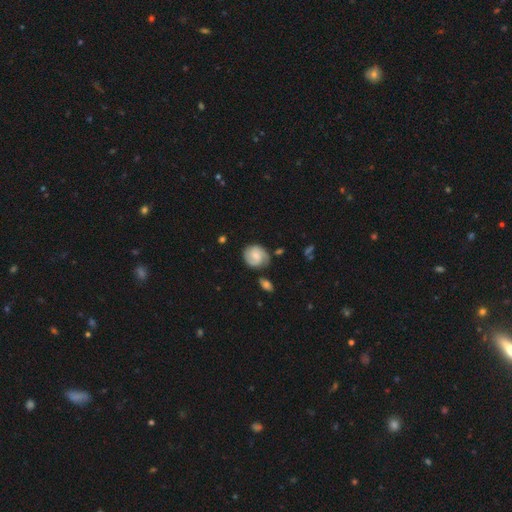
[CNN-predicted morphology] Overall: featured or disk (57%; smooth 36%). Edge-on disk: no (97%). Bar: no (57%; weak 37%). Spiral arms: yes (90%). Spiral arm count: 2 (70%). Spiral winding: tight (47%; medium 39%). Bulge size: moderate (42%, tied with small). Merging: none (68%).